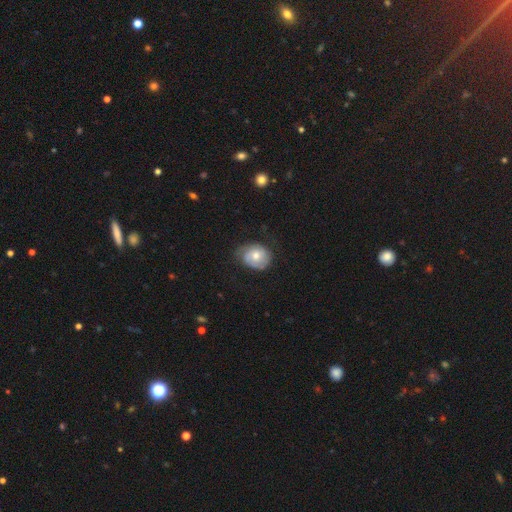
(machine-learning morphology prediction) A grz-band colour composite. It shows a featured or disk galaxy (51%). Merging: none (58%).